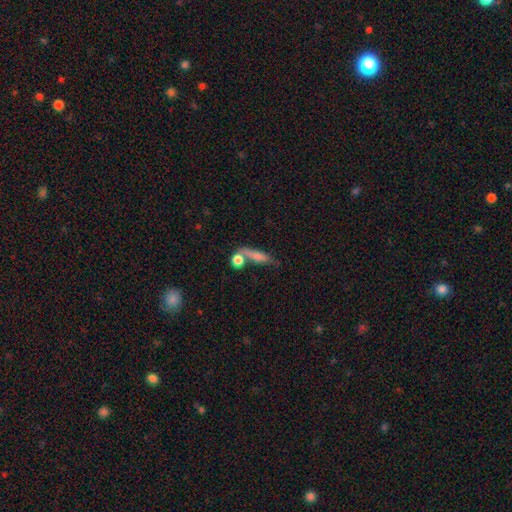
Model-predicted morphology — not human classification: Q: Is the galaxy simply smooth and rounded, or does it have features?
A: smooth — 72%.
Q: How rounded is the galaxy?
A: cigar-shaped — 51%.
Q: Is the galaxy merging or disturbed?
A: none — 47%.